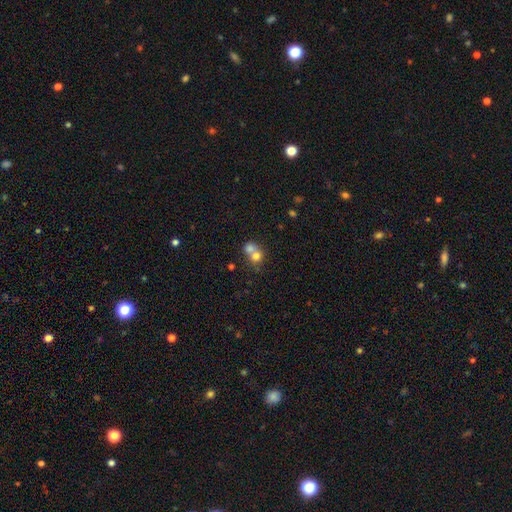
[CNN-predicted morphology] smooth-or-featured: smooth: 72% | featured or disk: 17% | star or artifact: 10%
  how-rounded: round: 75% | in between: 24% | cigar-shaped: 1%
  merging: merger: 68% | none: 25% | minor disturbance: 5% | major disturbance: 3%